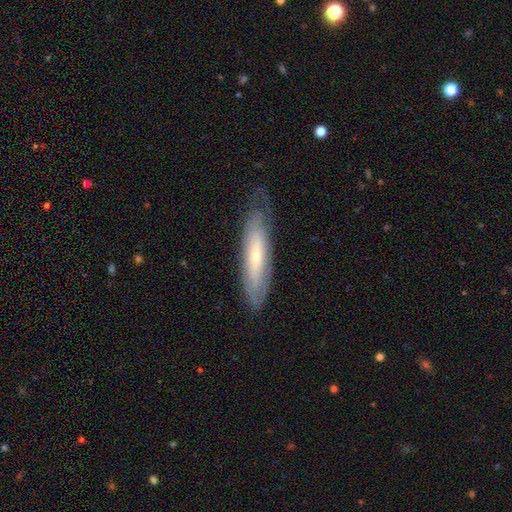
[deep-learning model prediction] Overall: featured or disk (54%; smooth 39%). Edge-on disk: no (51%; yes 49%). Merging: none (71%).